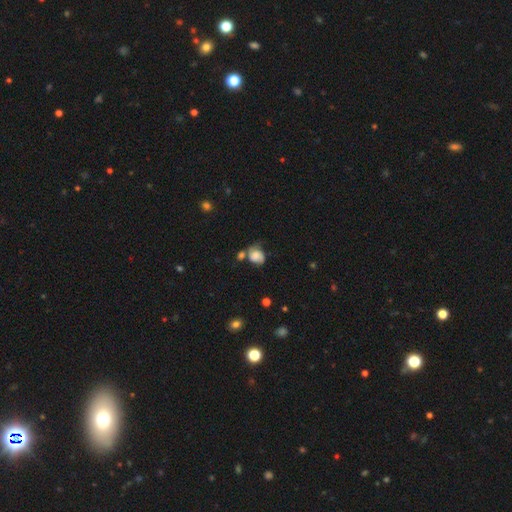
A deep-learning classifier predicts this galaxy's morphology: smooth-or-featured: smooth: 60% | featured or disk: 30% | star or artifact: 11%
  how-rounded: round: 54% | in between: 45% | cigar-shaped: 1%
  merging: none: 36% | minor disturbance: 29% | merger: 20% | major disturbance: 16%